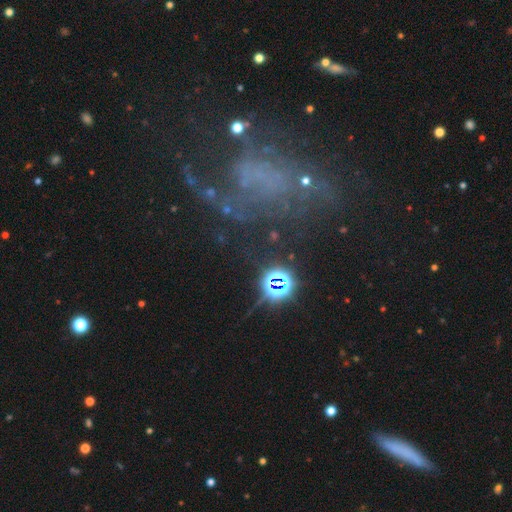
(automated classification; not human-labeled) A featured or disk galaxy (53%) with no bar (76%), spiral arms (61%) and no central bulge (72%). Merging: none (46%).